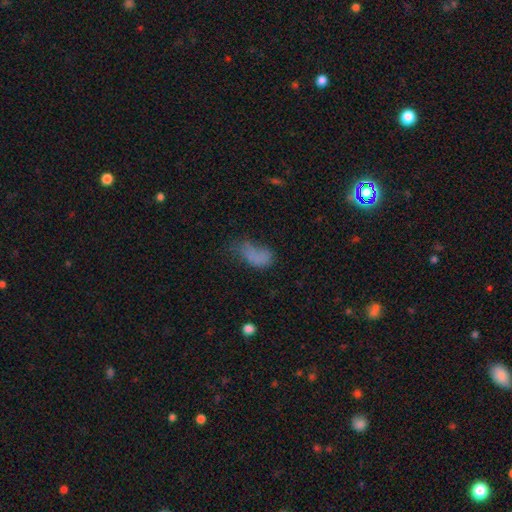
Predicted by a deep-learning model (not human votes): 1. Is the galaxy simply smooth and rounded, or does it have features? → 67% smooth, 18% featured or disk, 15% star or artifact.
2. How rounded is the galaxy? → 89% in between, 7% round, 4% cigar-shaped.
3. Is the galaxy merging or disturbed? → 34% major disturbance, 31% none, 28% minor disturbance, 7% merger.